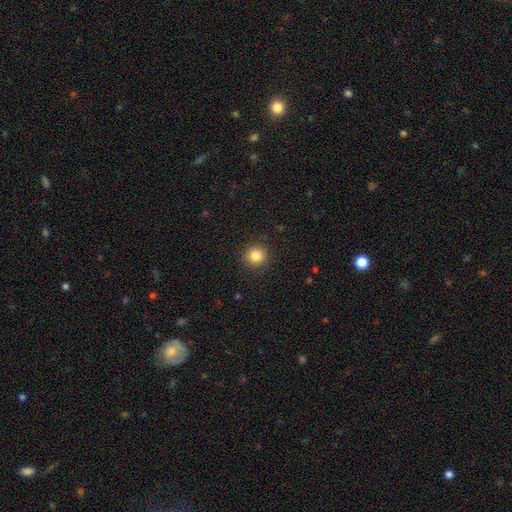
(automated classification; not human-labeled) Q: Smooth or featured?
A: smooth (84%); runner-up: star or artifact (11%)
Q: How rounded?
A: round (93%); runner-up: in between (6%)
Q: Merging?
A: none (91%); runner-up: minor disturbance (6%)